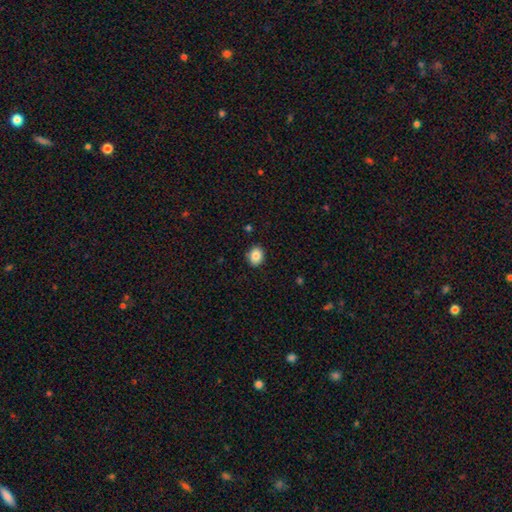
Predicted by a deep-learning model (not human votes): A smooth galaxy with no disk features (85%) that is round (55%).

Vote fractions:
- Smooth or featured? smooth: 85% / star or artifact: 9% / featured or disk: 6%
- How rounded? round: 55% / in between: 45% / cigar-shaped: 1%
- Merging? none: 87% / minor disturbance: 9% / major disturbance: 2% / merger: 1%